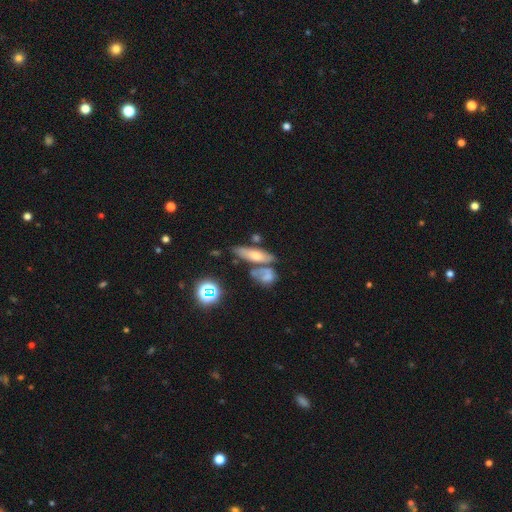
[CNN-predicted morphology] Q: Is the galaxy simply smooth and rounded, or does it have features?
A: smooth — 54%.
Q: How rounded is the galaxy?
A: in between — 47%, tied with cigar-shaped.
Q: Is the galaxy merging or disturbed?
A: none — 53%.